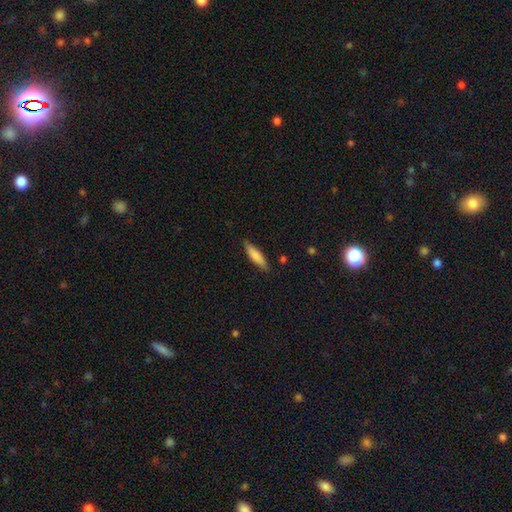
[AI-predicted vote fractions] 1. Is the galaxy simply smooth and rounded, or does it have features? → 79% smooth, 16% featured or disk, 6% star or artifact.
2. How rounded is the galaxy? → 68% cigar-shaped, 31% in between, 2% round.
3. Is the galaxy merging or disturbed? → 85% none, 11% minor disturbance, 2% major disturbance, 1% merger.